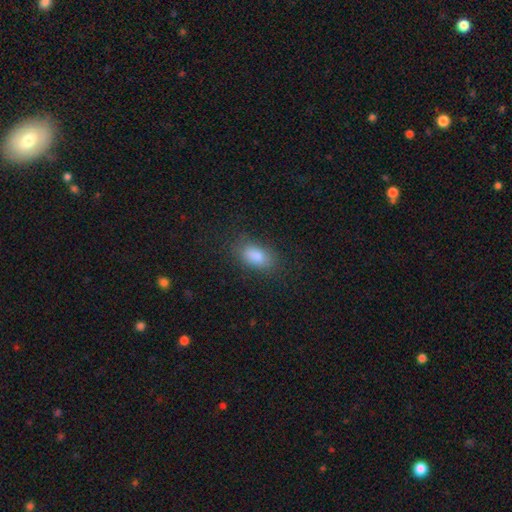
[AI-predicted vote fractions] Q: Smooth or featured?
A: smooth (84%); runner-up: star or artifact (9%)
Q: How rounded?
A: in between (89%); runner-up: round (6%)
Q: Merging?
A: none (79%); runner-up: minor disturbance (15%)